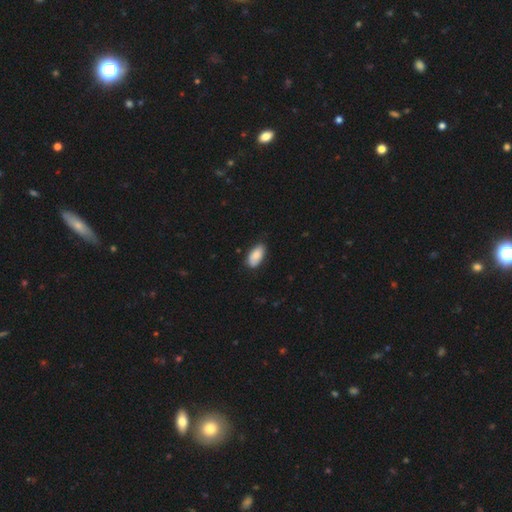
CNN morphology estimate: Q: Smooth or featured?
A: smooth (85%); runner-up: featured or disk (8%)
Q: How rounded?
A: in between (93%); runner-up: cigar-shaped (5%)
Q: Merging?
A: none (77%); runner-up: minor disturbance (19%)